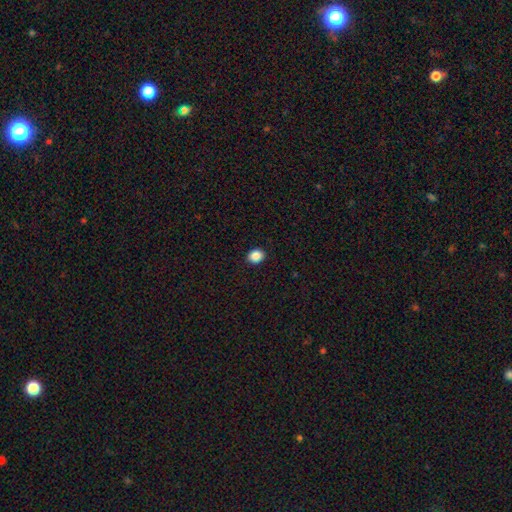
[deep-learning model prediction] Smooth or featured?
  - smooth: 88% *
  - star or artifact: 10%
  - featured or disk: 3%
How rounded?
  - round: 68% *
  - in between: 31%
  - cigar-shaped: 1%
Merging?
  - none: 91% *
  - minor disturbance: 6%
  - major disturbance: 2%
  - merger: 1%